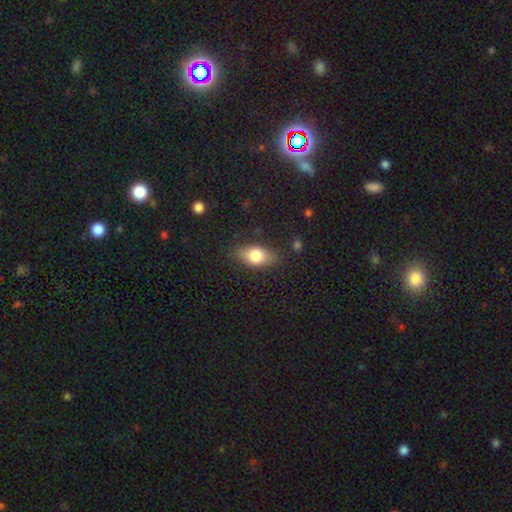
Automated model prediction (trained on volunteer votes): The model was most divided on "smooth or featured": smooth: 75%, featured or disk: 17%, star or artifact: 8%. More confident: how rounded — in between (84%); merging — none (79%).